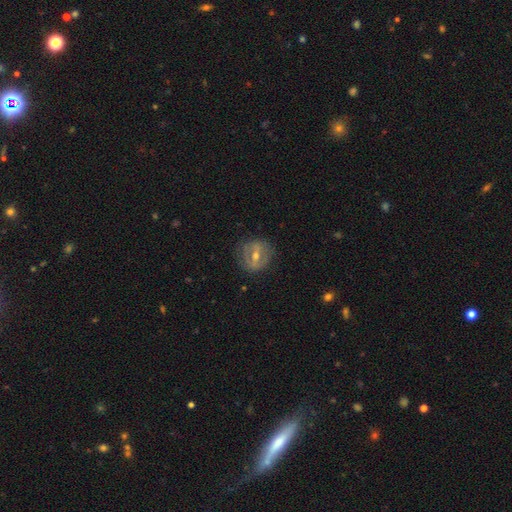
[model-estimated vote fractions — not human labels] Smooth or featured? Predicted: featured or disk (p=0.64). Edge-on disk? Predicted: no (p=0.90). Bar? Predicted: strong (p=0.46). Spiral arms? Predicted: no (p=0.65). Bulge size? Predicted: moderate (p=0.60). Merging? Predicted: none (p=0.81).